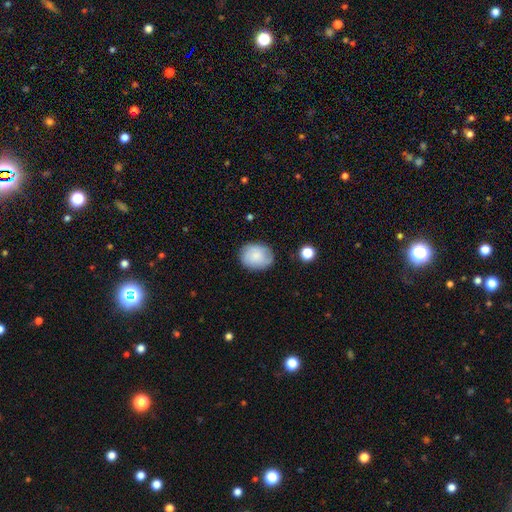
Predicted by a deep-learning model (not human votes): smooth 73%, featured or disk 19%, star or artifact 8%. Down the decision tree: how rounded — round (53%); merging — none (79%).